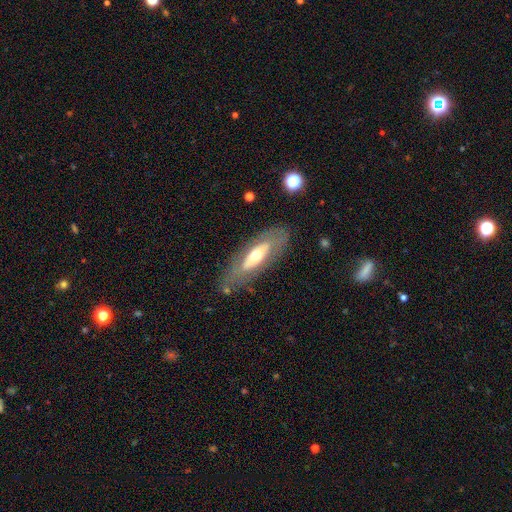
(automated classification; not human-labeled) Smooth or featured? Predicted: featured or disk (p=0.53). Edge-on disk? Predicted: no (p=0.69). Merging? Predicted: none (p=0.77).